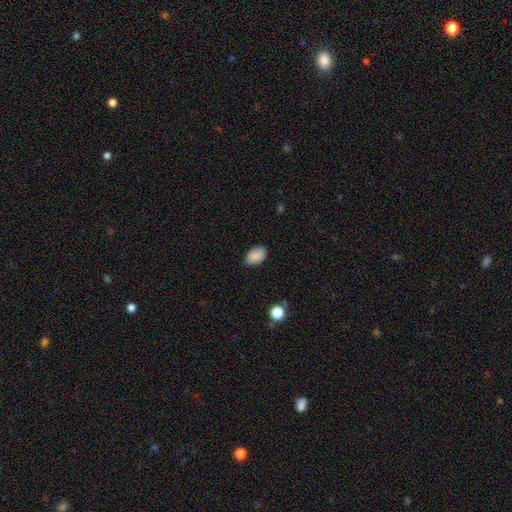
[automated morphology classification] Smooth or featured: smooth — 87% (star or artifact — 8%)
How rounded: in between — 86% (round — 13%)
Merging: none — 76% (minor disturbance — 19%)